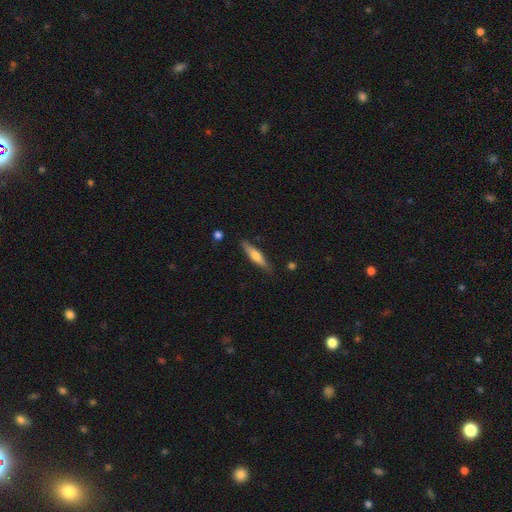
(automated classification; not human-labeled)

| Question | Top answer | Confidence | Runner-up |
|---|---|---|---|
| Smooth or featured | featured or disk | 50% | smooth (44%) |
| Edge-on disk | yes | 93% | no (7%) |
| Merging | none | 85% | minor disturbance (11%) |